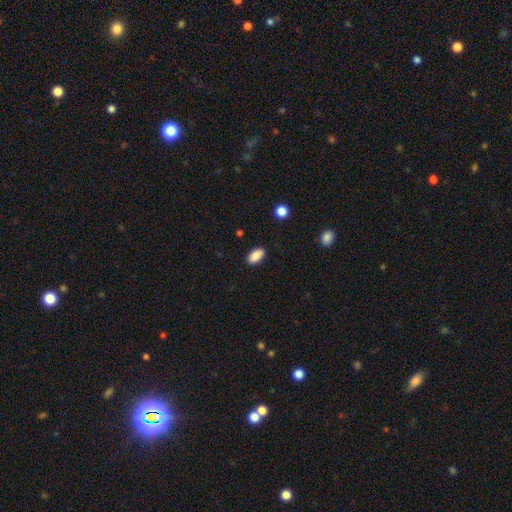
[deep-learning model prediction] A smooth galaxy with no disk features (89%) that is in between round and cigar-shaped (93%). Merging: none (88%).